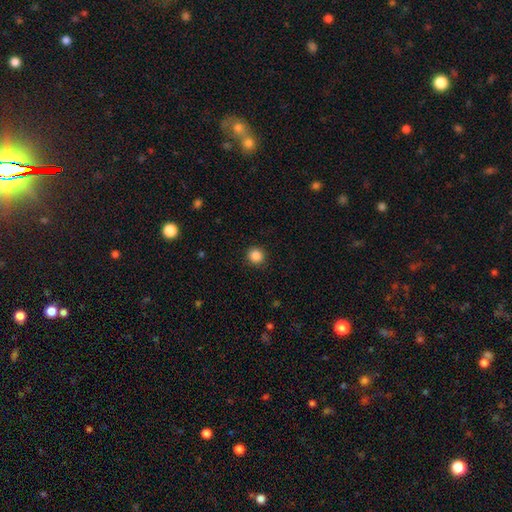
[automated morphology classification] A smooth galaxy with no disk features (87%) that is round (92%).

Vote fractions:
- Smooth or featured? smooth: 87% / star or artifact: 10% / featured or disk: 3%
- How rounded? round: 92% / in between: 7% / cigar-shaped: 1%
- Merging? none: 90% / minor disturbance: 7% / major disturbance: 2% / merger: 1%